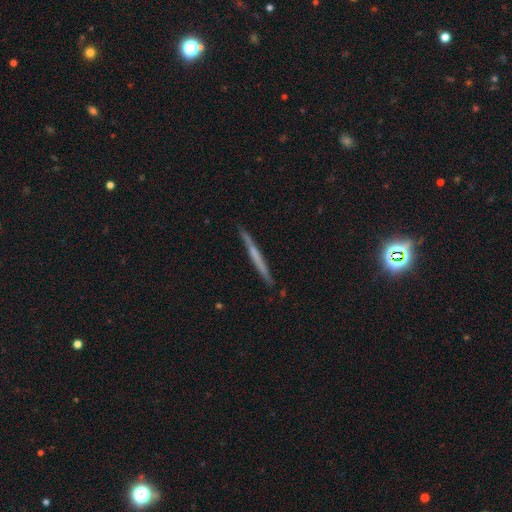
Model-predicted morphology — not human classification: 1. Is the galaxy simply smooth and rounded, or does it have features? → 55% featured or disk, 39% smooth, 6% star or artifact.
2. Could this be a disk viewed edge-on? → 97% yes, 3% no.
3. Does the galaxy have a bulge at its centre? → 82% none, 12% rounded, 6% boxy.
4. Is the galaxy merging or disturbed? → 89% none, 8% minor disturbance, 2% major disturbance, 1% merger.